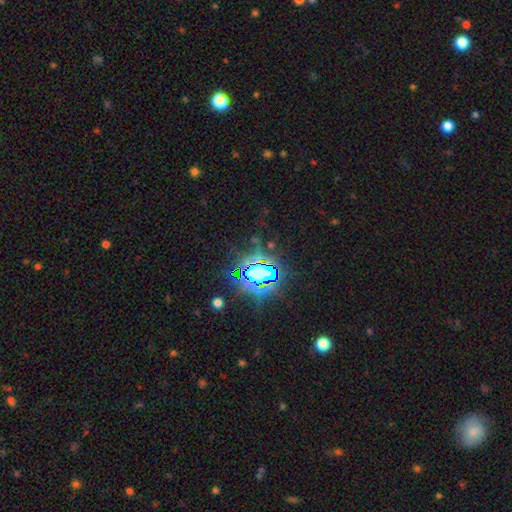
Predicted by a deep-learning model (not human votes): This appears to be a star or artifact, not a galaxy (84%).